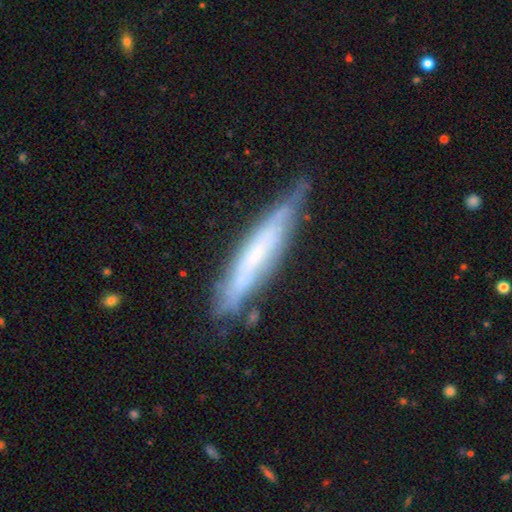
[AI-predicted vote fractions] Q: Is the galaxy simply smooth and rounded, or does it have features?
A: featured or disk — 57%.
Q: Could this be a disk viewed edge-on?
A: yes — 71%.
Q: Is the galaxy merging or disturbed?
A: none — 65%.